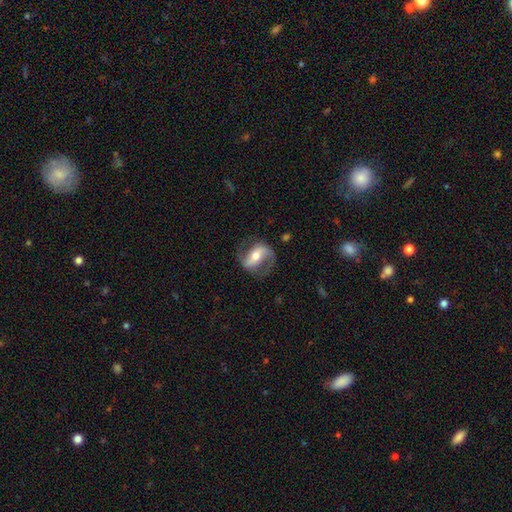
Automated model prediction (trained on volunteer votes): This is clearly a featured or disk galaxy (81%). It is clearly not viewed edge-on (96%). Bar: possibly strong (52%). Spiral arm pattern: clearly yes (92%). Spiral arm count: clearly 2 (87%). Spiral winding: possibly medium (47%). Central bulge: likely moderate (65%). Merging: likely none (74%).